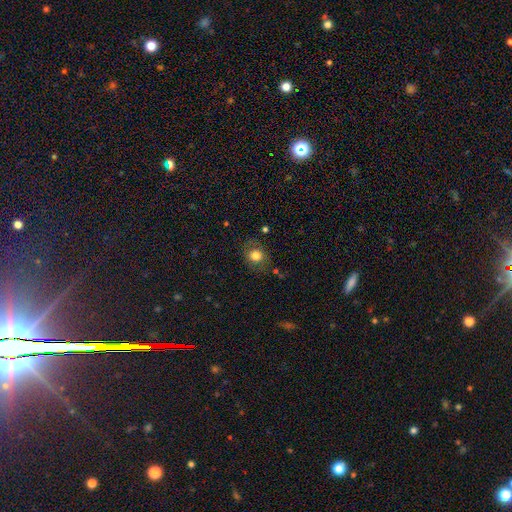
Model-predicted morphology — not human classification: Q: Smooth or featured?
A: smooth (77%); runner-up: featured or disk (12%)
Q: How rounded?
A: round (68%); runner-up: in between (31%)
Q: Merging?
A: none (76%); runner-up: minor disturbance (16%)